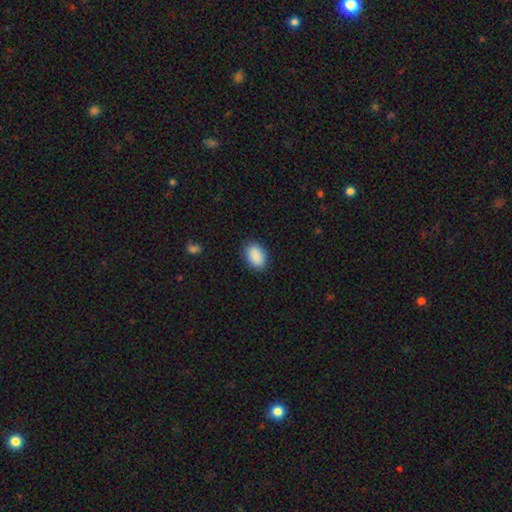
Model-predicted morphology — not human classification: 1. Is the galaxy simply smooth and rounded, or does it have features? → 90% smooth, 7% star or artifact, 3% featured or disk.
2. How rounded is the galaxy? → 86% in between, 13% round, 1% cigar-shaped.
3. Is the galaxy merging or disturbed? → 87% none, 9% minor disturbance, 2% major disturbance, 1% merger.